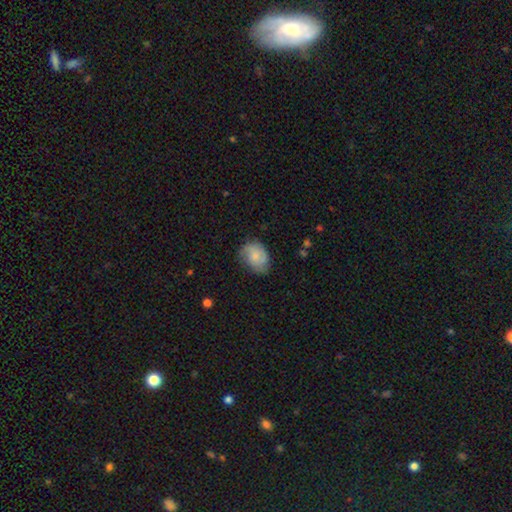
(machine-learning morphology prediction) Smooth or featured? Predicted: smooth (p=0.57). How rounded? Predicted: in between (p=0.60). Merging? Predicted: none (p=0.61).